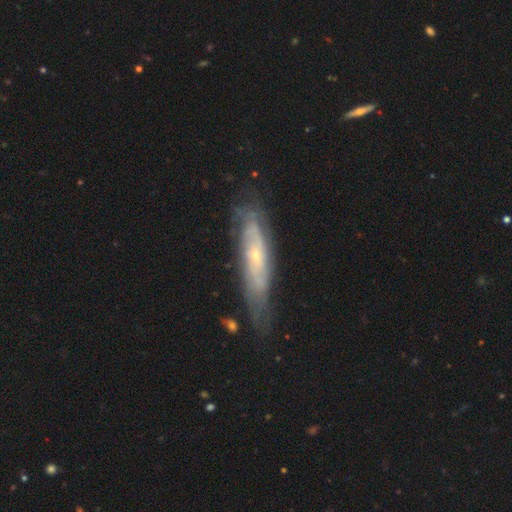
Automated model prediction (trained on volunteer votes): This appears to be a featured or disk galaxy (72%). Merging: none (67%).